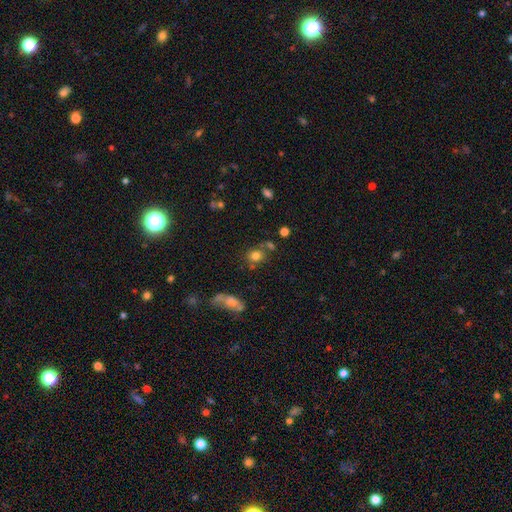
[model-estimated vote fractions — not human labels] Smooth or featured? Predicted: smooth (p=0.77). How rounded? Predicted: round (p=0.73). Merging? Predicted: none (p=0.64).